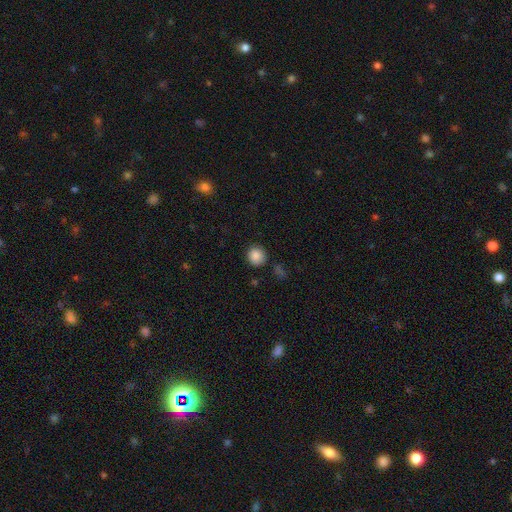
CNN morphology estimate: Smooth or featured: smooth — 87% (star or artifact — 10%)
How rounded: round — 88% (in between — 11%)
Merging: none — 87% (minor disturbance — 8%)